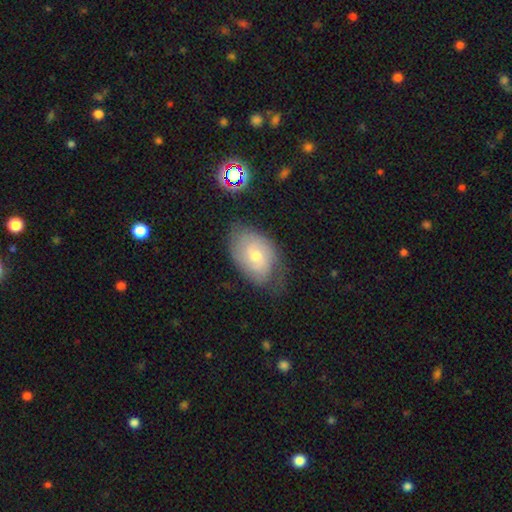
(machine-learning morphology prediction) type=featured or disk (59%); edge-on=no (94%); bar=no (70%); spiral arms=yes (83%); bulge=moderate (53%); merging=none (63%).